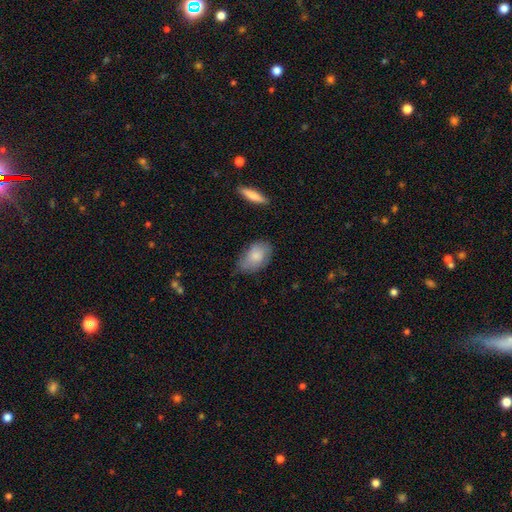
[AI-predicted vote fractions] The model was most divided on "merging": none: 59%, minor disturbance: 32%, major disturbance: 7%, merger: 2%. More confident: how rounded — in between (91%); smooth or featured — smooth (79%).